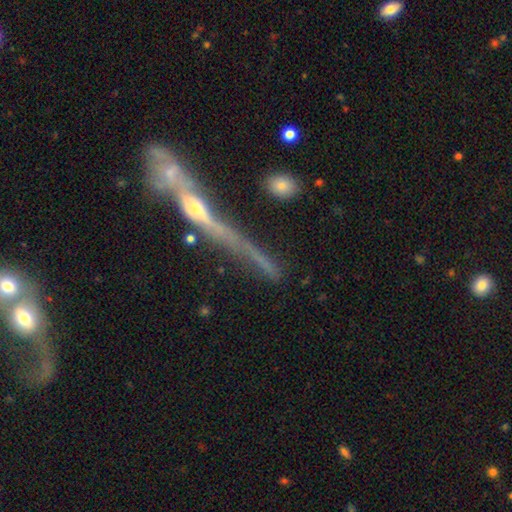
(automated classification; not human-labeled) The model was most divided on "merging": none: 36%, merger: 34%, major disturbance: 15%, minor disturbance: 15%. More confident: edge-on disk — yes (77%); smooth or featured — featured or disk (63%).